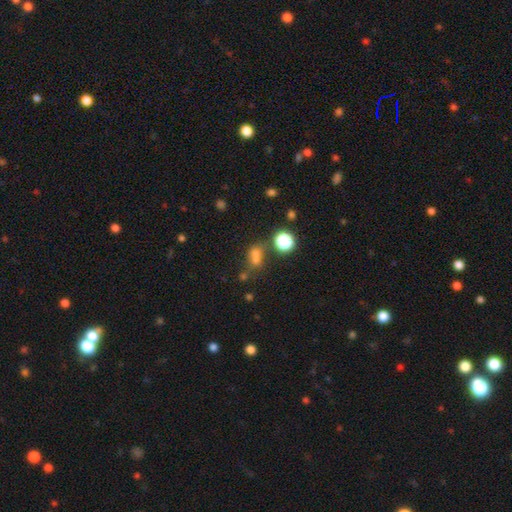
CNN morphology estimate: Smooth or featured? smooth (61%)
How rounded? in between (56%)
Merging? none (47%)